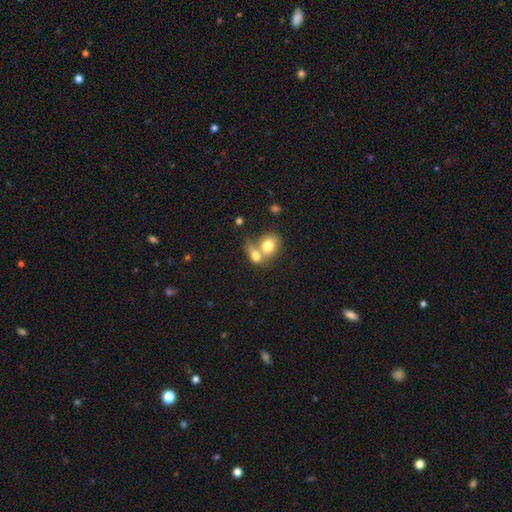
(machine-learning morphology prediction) type=smooth (75%); roundness=in between (55%); merging=merger (69%).